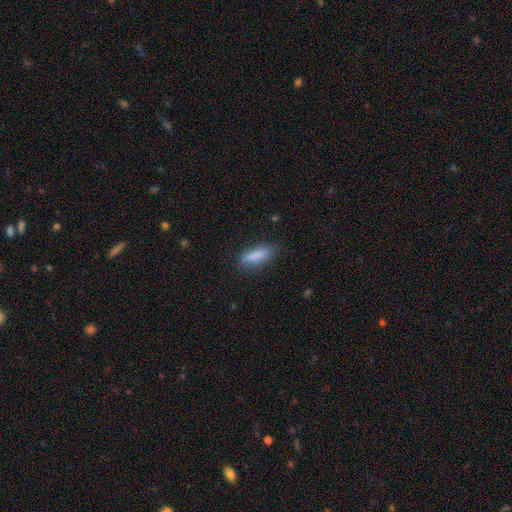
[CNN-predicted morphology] Overall: smooth (86%). How rounded: in between (58%; cigar-shaped 40%). Merging: none (80%).